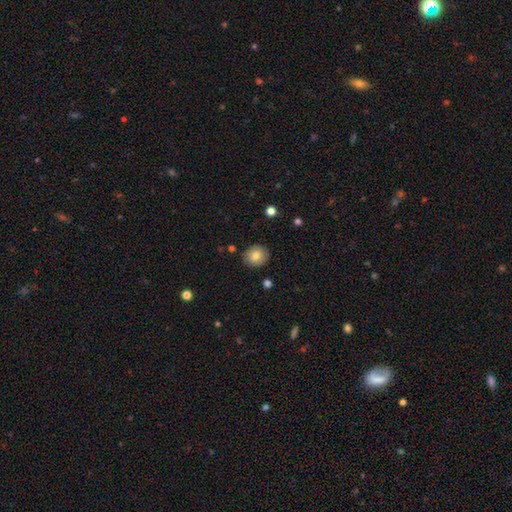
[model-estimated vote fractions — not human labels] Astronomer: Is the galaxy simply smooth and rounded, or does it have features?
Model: smooth — 81%.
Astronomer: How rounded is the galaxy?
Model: round — 80%.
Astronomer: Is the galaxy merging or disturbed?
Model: none — 87%.